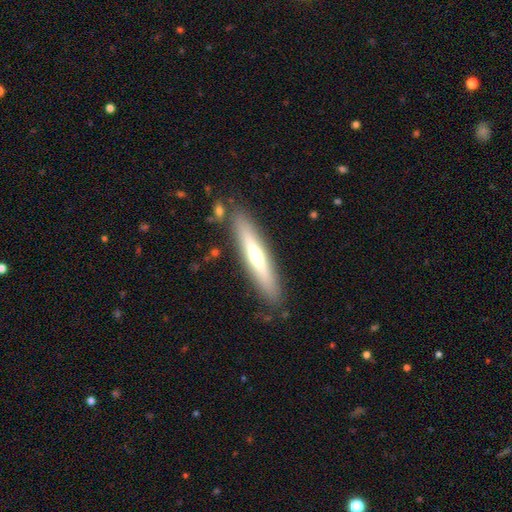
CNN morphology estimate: The model was most divided on "smooth or featured" (2-way tie): smooth: 47%, featured or disk: 47%, star or artifact: 6%. More confident: merging — none (84%).